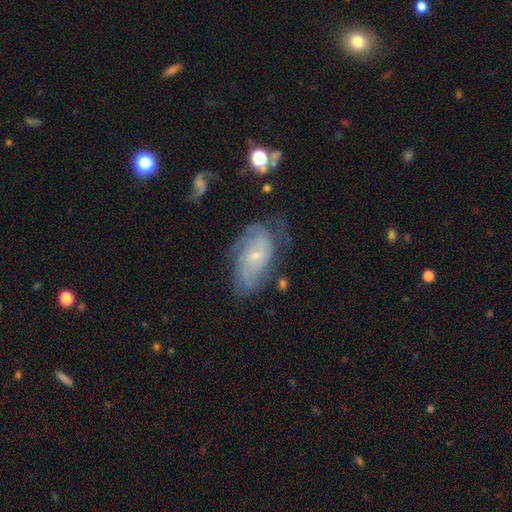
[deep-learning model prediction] Smooth or featured? featured or disk (78%)
Edge-on disk? no (95%)
Bar? no (71%)
Spiral arms? yes (91%)
Spiral winding? tight (50%)
Spiral arm count? can't tell (37%)
Bulge size? small (77%)
Merging? none (57%)